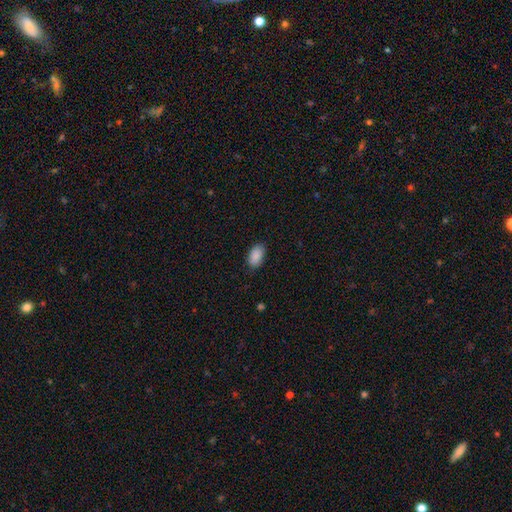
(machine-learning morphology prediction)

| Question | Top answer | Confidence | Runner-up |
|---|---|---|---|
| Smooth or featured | smooth | 90% | star or artifact (7%) |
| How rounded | in between | 94% | round (5%) |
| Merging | none | 85% | minor disturbance (11%) |